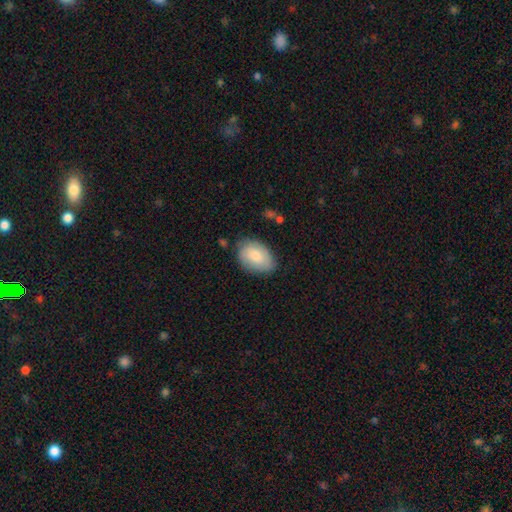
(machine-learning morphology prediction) Smooth or featured: smooth — 79% (featured or disk — 15%)
How rounded: in between — 85% (round — 14%)
Merging: none — 75% (minor disturbance — 20%)